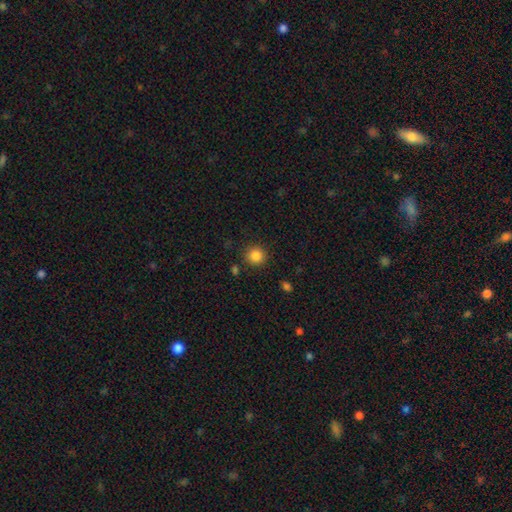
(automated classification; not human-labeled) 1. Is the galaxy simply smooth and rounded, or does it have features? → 86% smooth, 11% star or artifact, 4% featured or disk.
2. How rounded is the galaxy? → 92% round, 7% in between, 1% cigar-shaped.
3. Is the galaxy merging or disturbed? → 88% none, 7% minor disturbance, 3% major disturbance, 2% merger.